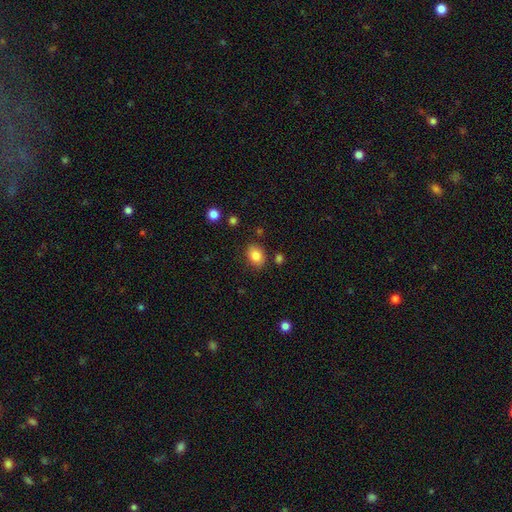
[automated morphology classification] smooth-or-featured: smooth: 85% | star or artifact: 9% | featured or disk: 6%
  how-rounded: in between: 65% | round: 34% | cigar-shaped: 1%
  merging: none: 83% | minor disturbance: 11% | merger: 3% | major disturbance: 3%